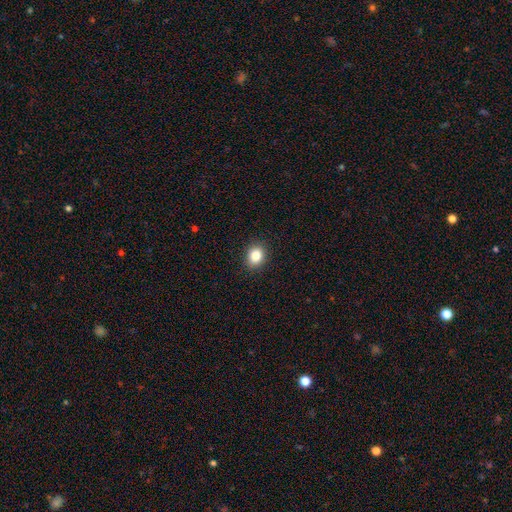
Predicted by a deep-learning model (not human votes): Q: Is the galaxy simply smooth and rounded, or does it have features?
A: smooth — 85%.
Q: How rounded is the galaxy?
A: in between — 49%, tied with round.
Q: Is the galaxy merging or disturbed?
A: none — 88%.